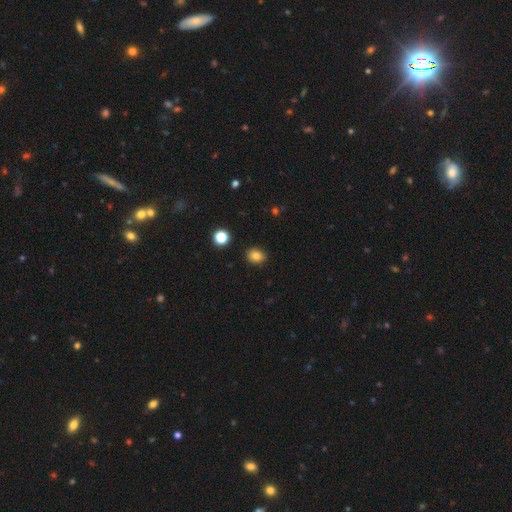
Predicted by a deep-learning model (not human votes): A smooth galaxy with no disk features (82%) that is round (51%). Merging: none (88%).